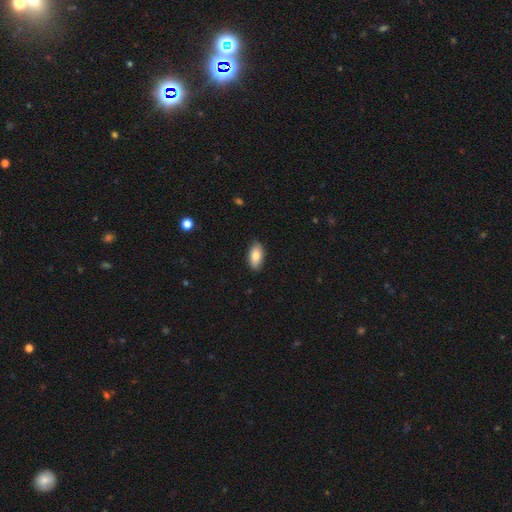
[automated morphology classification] Smooth or featured?
  - smooth: 81% *
  - featured or disk: 13%
  - star or artifact: 6%
How rounded?
  - in between: 92% *
  - cigar-shaped: 5%
  - round: 3%
Merging?
  - none: 87% *
  - minor disturbance: 10%
  - major disturbance: 2%
  - merger: 1%